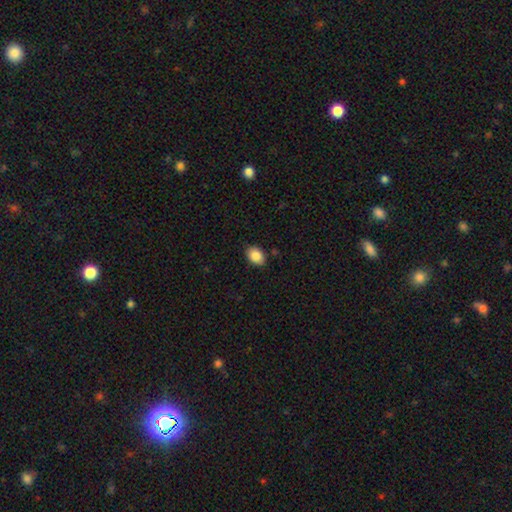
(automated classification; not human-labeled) smooth_or_featured: smooth (p=0.87) [alt: star or artifact p=0.08]
how_rounded: in between (p=0.77) [alt: round p=0.22]
merging: none (p=0.87) [alt: minor disturbance p=0.10]